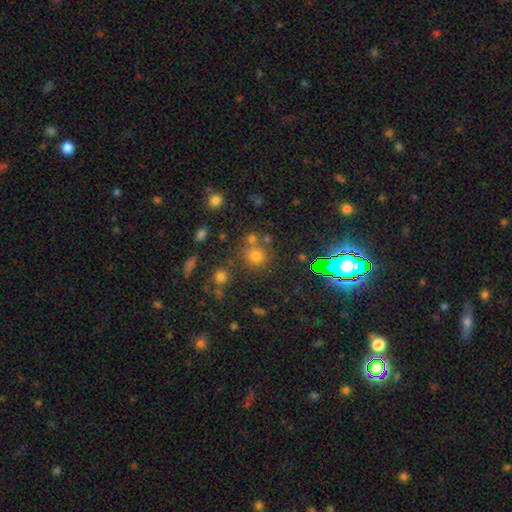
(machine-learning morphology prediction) smooth-or-featured: smooth: 65% | star or artifact: 27% | featured or disk: 8%
  how-rounded: round: 88% | in between: 11% | cigar-shaped: 1%
  merging: none: 69% | merger: 17% | minor disturbance: 10% | major disturbance: 4%